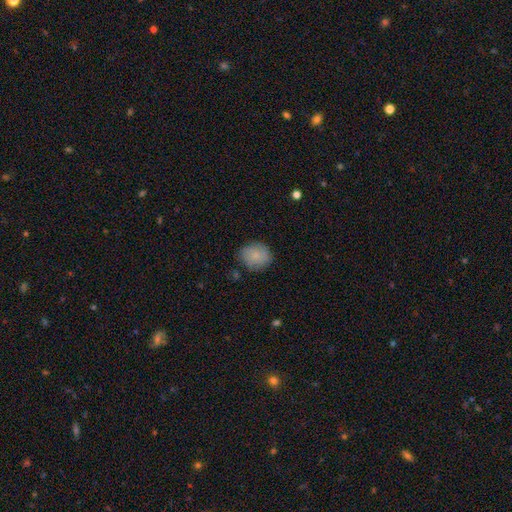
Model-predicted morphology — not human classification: smooth 83%, featured or disk 10%, star or artifact 7%. Down the decision tree: how rounded — round (67%); merging — none (79%).